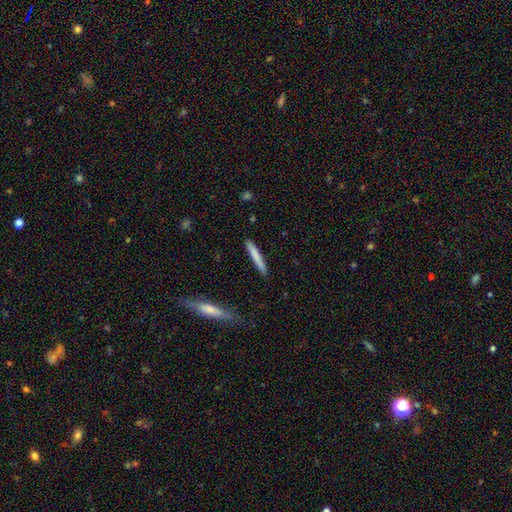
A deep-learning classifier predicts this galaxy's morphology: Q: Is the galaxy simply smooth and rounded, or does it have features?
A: smooth — 76%.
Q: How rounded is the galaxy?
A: cigar-shaped — 95%.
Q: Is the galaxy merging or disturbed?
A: none — 88%.